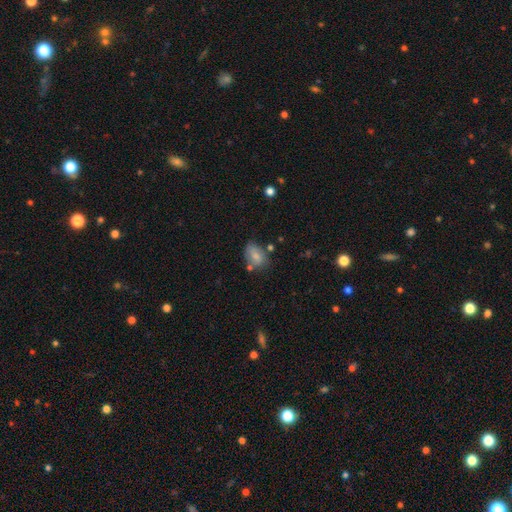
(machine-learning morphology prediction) This appears to be a smooth galaxy with no disk features (76%) that is in between round and cigar-shaped (82%). Merging: none (56%).